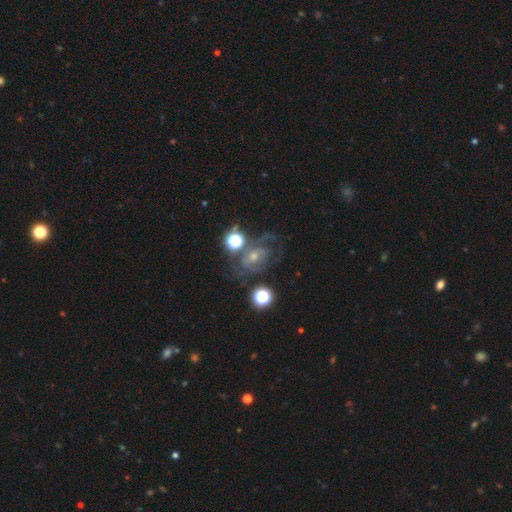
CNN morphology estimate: Overall: featured or disk (63%). Edge-on disk: no (96%). Bar: no (57%; weak 33%). Spiral arms: yes (79%). Bulge size: small (53%; moderate 39%). Merging: none (50%; major disturbance 21%).